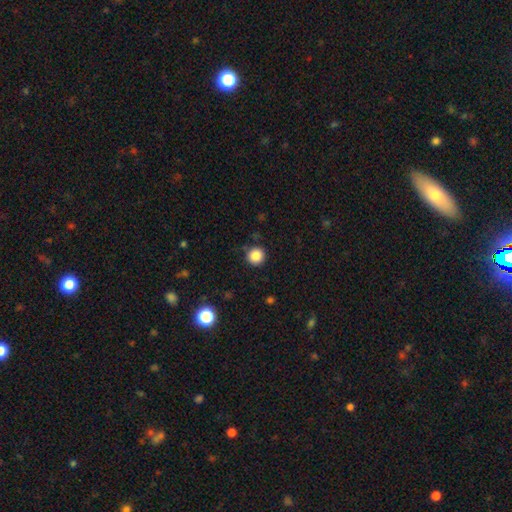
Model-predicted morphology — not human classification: Smooth or featured?
  - smooth: 85% *
  - star or artifact: 11%
  - featured or disk: 4%
How rounded?
  - round: 95% *
  - in between: 4%
  - cigar-shaped: 1%
Merging?
  - none: 88% *
  - minor disturbance: 8%
  - major disturbance: 2%
  - merger: 2%